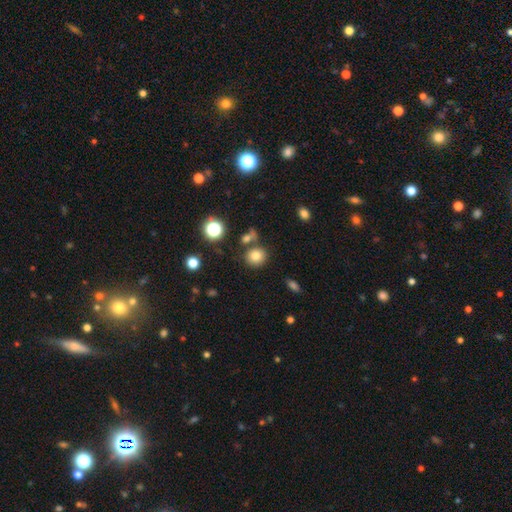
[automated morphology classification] smooth_or_featured: smooth (p=0.79) [alt: star or artifact p=0.13]
how_rounded: round (p=0.81) [alt: in between p=0.18]
merging: none (p=0.74) [alt: merger p=0.13]